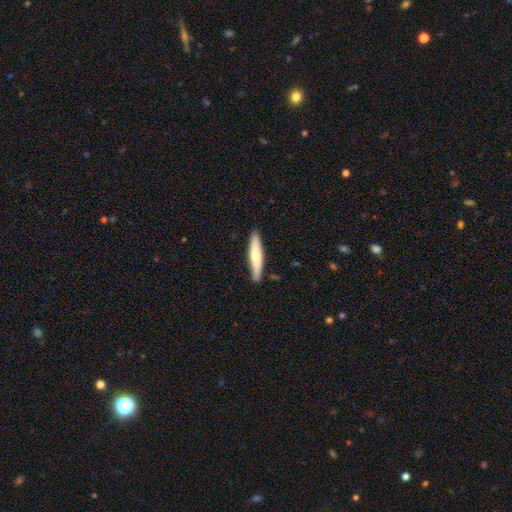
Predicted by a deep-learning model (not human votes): Smooth or featured? smooth (64%)
How rounded? cigar-shaped (89%)
Merging? none (87%)